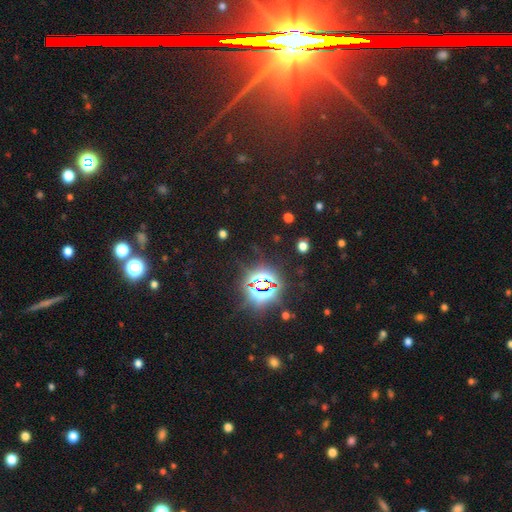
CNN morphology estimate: Smooth or featured: star or artifact — 78% (featured or disk — 12%)